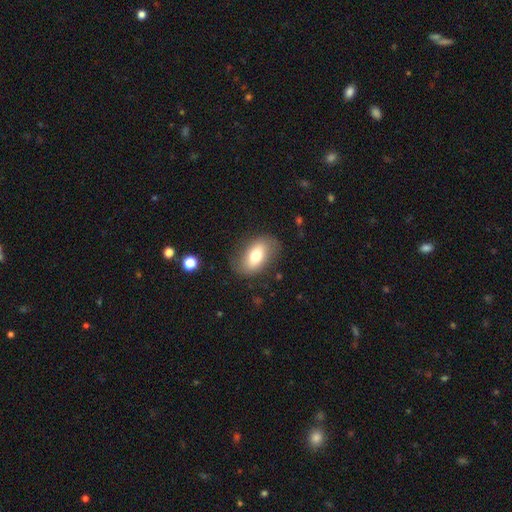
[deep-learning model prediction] smooth_or_featured: smooth (p=0.68) [alt: featured or disk p=0.25]
how_rounded: in between (p=0.89) [alt: round p=0.08]
merging: none (p=0.79) [alt: minor disturbance p=0.15]